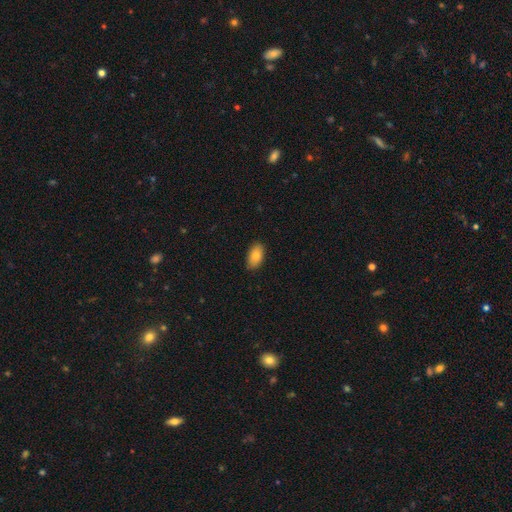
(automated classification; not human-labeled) Q: Smooth or featured?
A: smooth (84%); runner-up: featured or disk (9%)
Q: How rounded?
A: in between (93%); runner-up: round (5%)
Q: Merging?
A: none (88%); runner-up: minor disturbance (9%)